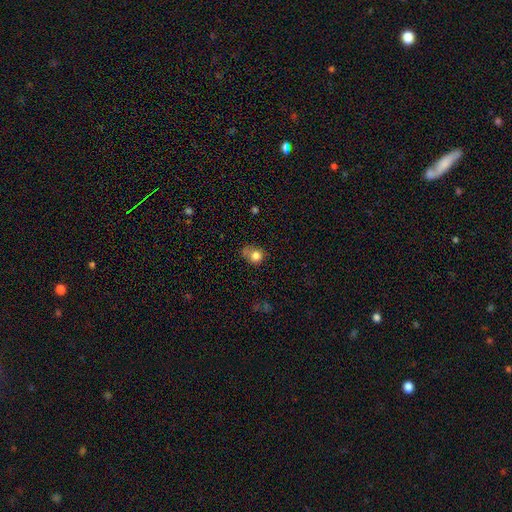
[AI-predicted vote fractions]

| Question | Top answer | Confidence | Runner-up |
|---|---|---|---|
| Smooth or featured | smooth | 80% | star or artifact (11%) |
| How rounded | round | 75% | in between (24%) |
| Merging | none | 49% | minor disturbance (29%) |